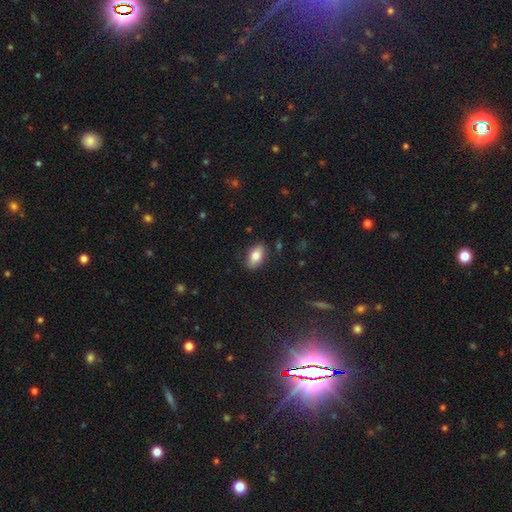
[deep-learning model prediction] This appears to be a smooth galaxy with no disk features (78%) that is in between round and cigar-shaped (90%). Merging: none (84%).